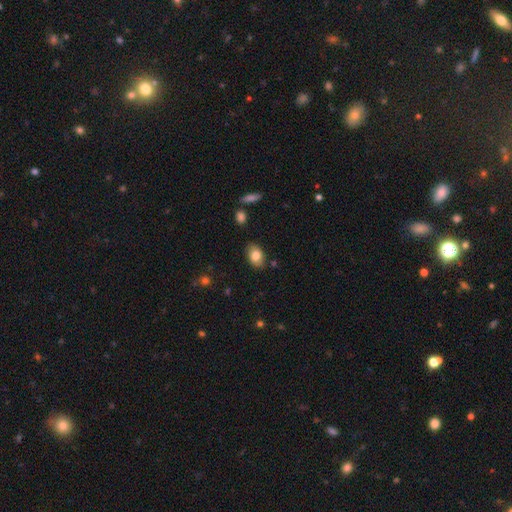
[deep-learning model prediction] A smooth galaxy with no disk features (81%) that is in between round and cigar-shaped (87%).

Vote fractions:
- Smooth or featured? smooth: 81% / featured or disk: 12% / star or artifact: 8%
- How rounded? in between: 87% / round: 12% / cigar-shaped: 1%
- Merging? none: 84% / minor disturbance: 11% / major disturbance: 2% / merger: 2%